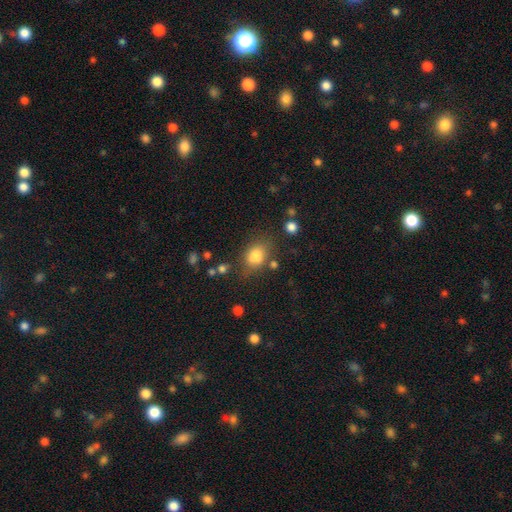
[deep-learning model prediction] This appears to be a smooth galaxy with no disk features (80%) that is in between round and cigar-shaped (63%). Merging: none (66%).